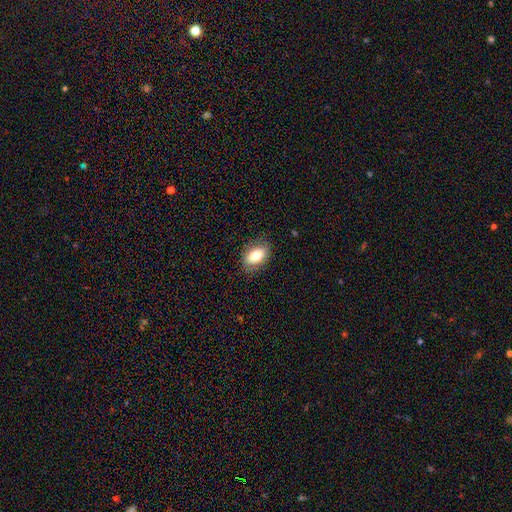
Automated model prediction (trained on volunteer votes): This is likely a smooth galaxy (77%). How rounded: clearly in between (89%). Merging: likely none (77%).